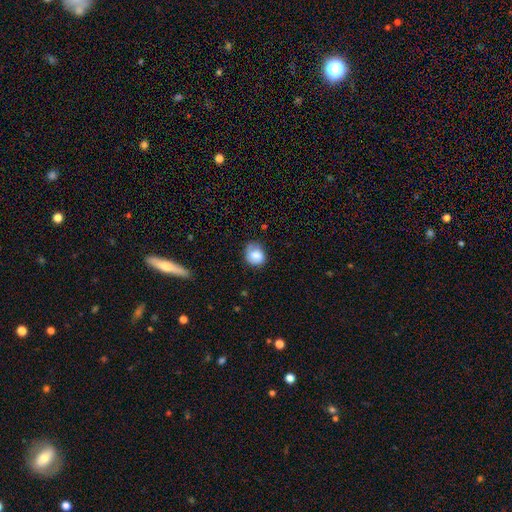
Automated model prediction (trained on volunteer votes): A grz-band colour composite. It shows a smooth galaxy with no disk features (76%) that is round (65%). Merging: none (59%).